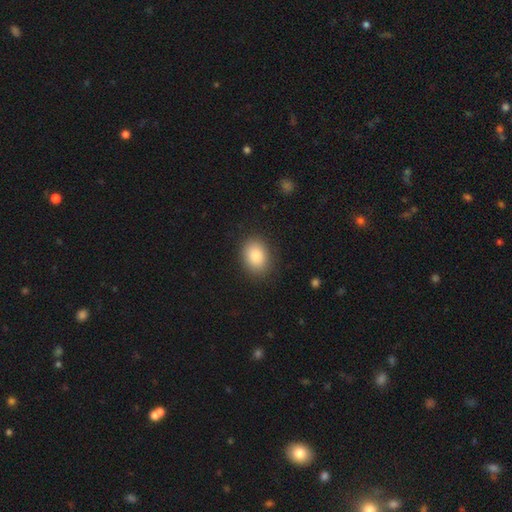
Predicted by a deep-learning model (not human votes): A smooth galaxy with no disk features (84%) that is in between round and cigar-shaped (65%). Merging: none (87%).